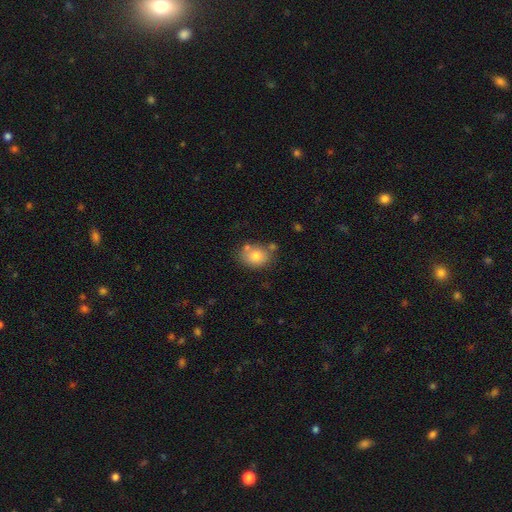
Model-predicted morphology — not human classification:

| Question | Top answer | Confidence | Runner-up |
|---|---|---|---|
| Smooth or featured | smooth | 78% | featured or disk (13%) |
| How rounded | in between | 57% | round (42%) |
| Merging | none | 67% | minor disturbance (17%) |